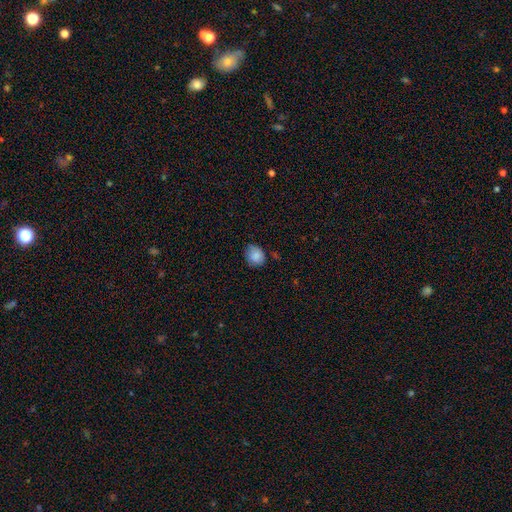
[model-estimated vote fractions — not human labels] Q: Smooth or featured?
A: smooth (85%); runner-up: star or artifact (9%)
Q: How rounded?
A: round (63%); runner-up: in between (36%)
Q: Merging?
A: none (69%); runner-up: minor disturbance (25%)